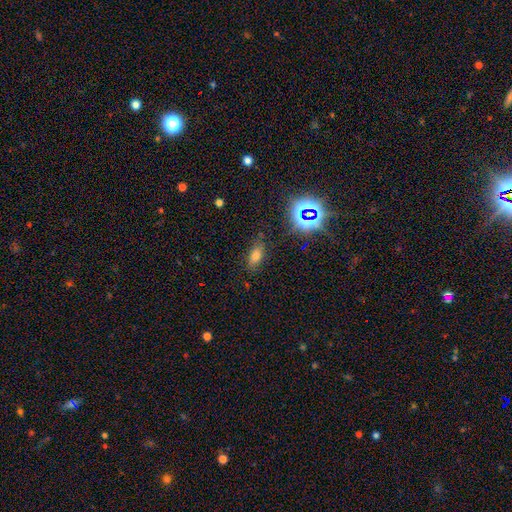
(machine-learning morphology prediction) smooth_or_featured: smooth (p=0.66) [alt: star or artifact p=0.21]
how_rounded: in between (p=0.81) [alt: cigar-shaped p=0.12]
merging: none (p=0.81) [alt: minor disturbance p=0.13]